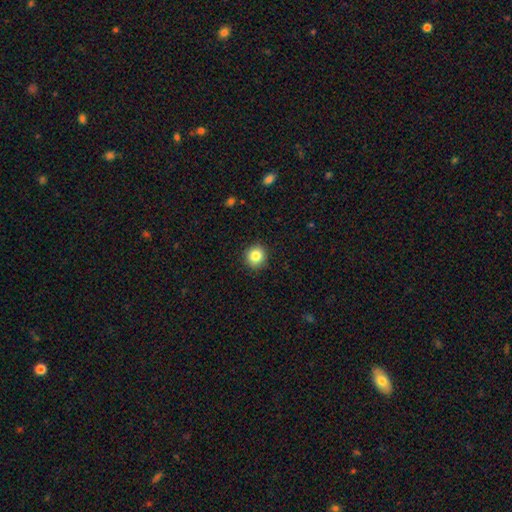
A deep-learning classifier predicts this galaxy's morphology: A smooth galaxy with no disk features (85%) that is round (91%). Merging: none (91%).